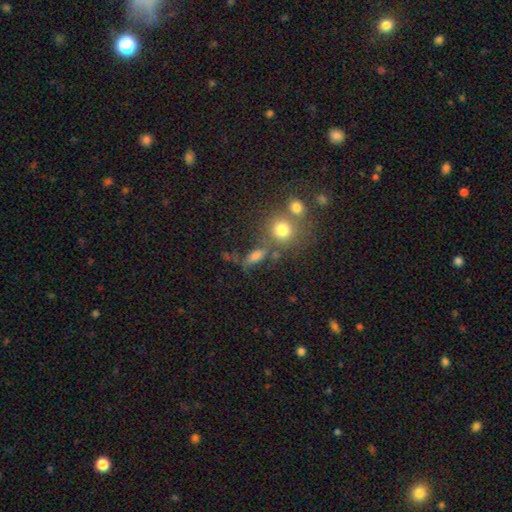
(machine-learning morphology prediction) smooth-or-featured: smooth: 68% | star or artifact: 17% | featured or disk: 15%
  how-rounded: in between: 57% | round: 28% | cigar-shaped: 15%
  merging: none: 56% | merger: 20% | minor disturbance: 15% | major disturbance: 9%